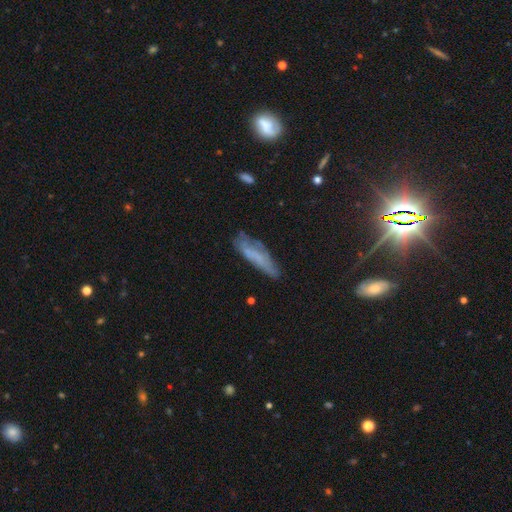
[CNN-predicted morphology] Smooth or featured: smooth — 50% (featured or disk — 39%)
How rounded: cigar-shaped — 67% (in between — 31%)
Merging: none — 58% (minor disturbance — 28%)